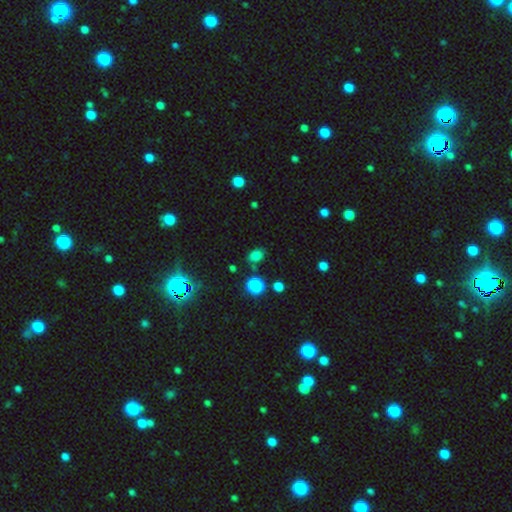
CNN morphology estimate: Q: Smooth or featured?
A: smooth (74%); runner-up: star or artifact (20%)
Q: How rounded?
A: in between (64%); runner-up: round (34%)
Q: Merging?
A: none (78%); runner-up: minor disturbance (13%)